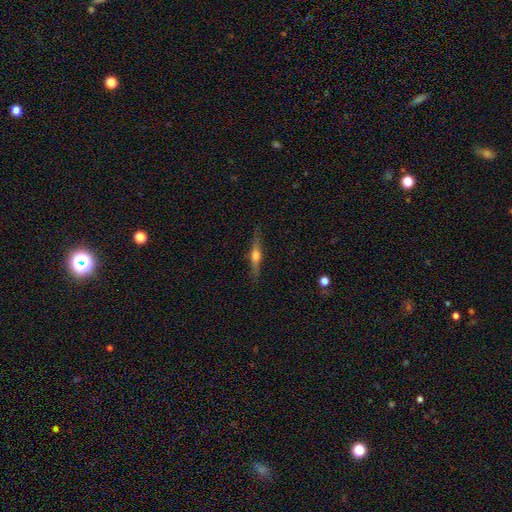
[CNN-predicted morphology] Q: Smooth or featured?
A: featured or disk (62%); runner-up: smooth (31%)
Q: Edge-on disk?
A: yes (96%); runner-up: no (4%)
Q: Edge-on bulge?
A: rounded (92%); runner-up: none (4%)
Q: Merging?
A: none (86%); runner-up: minor disturbance (10%)